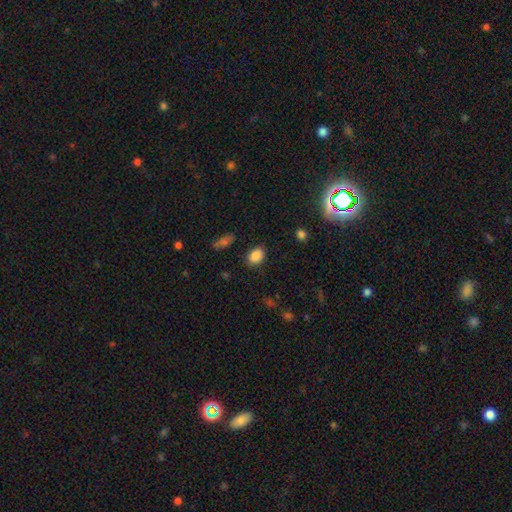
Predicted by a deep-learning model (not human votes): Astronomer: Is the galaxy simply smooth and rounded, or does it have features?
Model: smooth — 86%.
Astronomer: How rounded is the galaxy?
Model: in between — 77%.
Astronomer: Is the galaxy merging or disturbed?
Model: none — 83%.